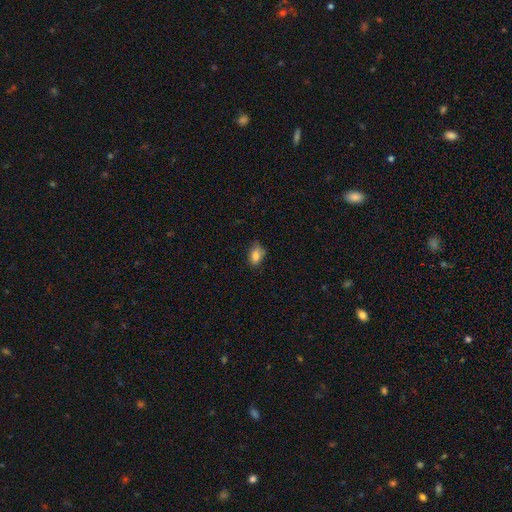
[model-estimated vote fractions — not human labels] smooth_or_featured: smooth (p=0.80) [alt: featured or disk p=0.10]
how_rounded: in between (p=0.83) [alt: round p=0.15]
merging: none (p=0.67) [alt: minor disturbance p=0.26]